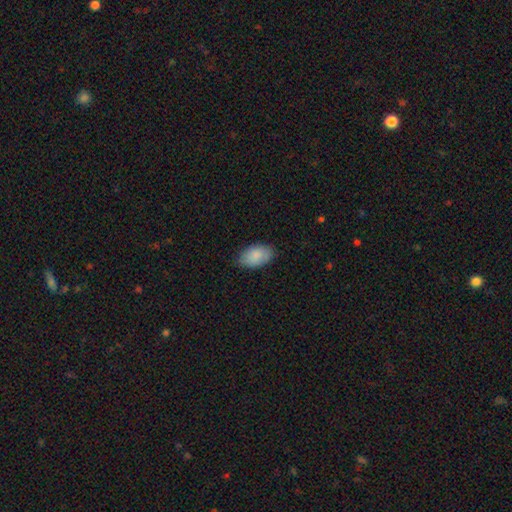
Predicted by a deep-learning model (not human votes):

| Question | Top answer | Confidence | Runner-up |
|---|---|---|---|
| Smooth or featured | smooth | 88% | featured or disk (6%) |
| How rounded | in between | 94% | round (5%) |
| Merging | none | 81% | minor disturbance (15%) |